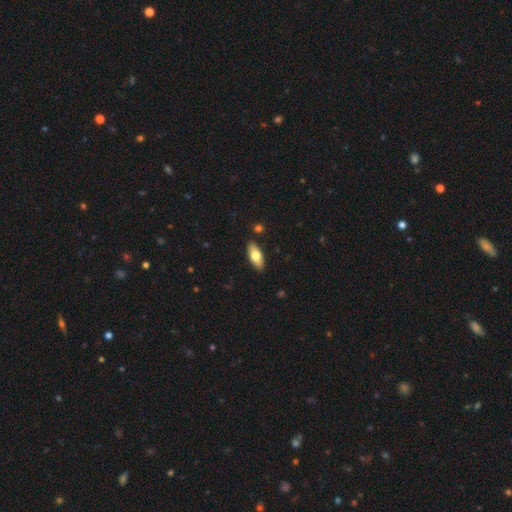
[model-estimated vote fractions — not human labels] Smooth or featured?
  - smooth: 68% *
  - featured or disk: 26%
  - star or artifact: 6%
How rounded?
  - in between: 82% *
  - cigar-shaped: 15%
  - round: 3%
Merging?
  - none: 88% *
  - minor disturbance: 9%
  - major disturbance: 2%
  - merger: 1%